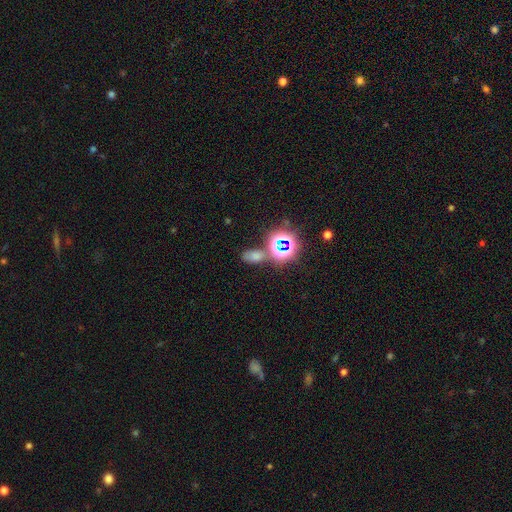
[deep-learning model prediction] smooth-or-featured: smooth: 53% | star or artifact: 38% | featured or disk: 9%
  how-rounded: in between: 81% | round: 15% | cigar-shaped: 4%
  merging: none: 60% | merger: 16% | minor disturbance: 16% | major disturbance: 8%